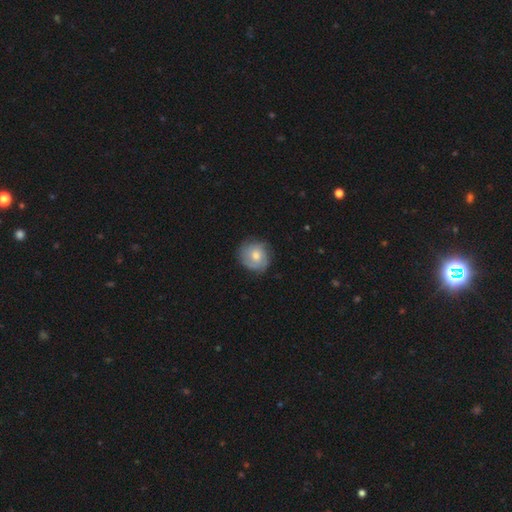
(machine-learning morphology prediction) This is possibly a featured or disk galaxy (52%). It is clearly not viewed edge-on (97%). Bar: likely no (76%). Spiral arm pattern: clearly yes (82%). Central bulge: likely moderate (65%). Merging: likely none (74%).